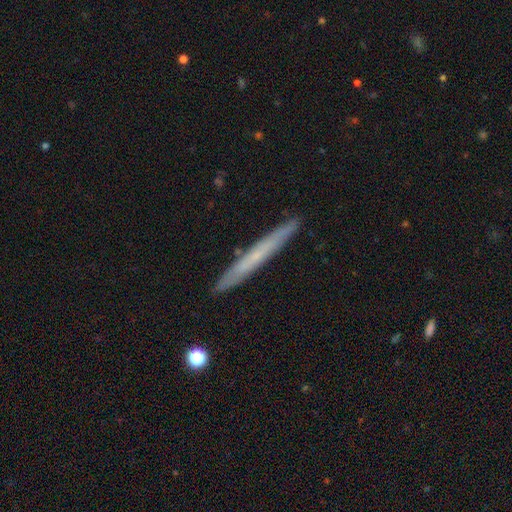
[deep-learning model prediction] Smooth or featured? Predicted: featured or disk (p=0.48). Merging? Predicted: none (p=0.90).